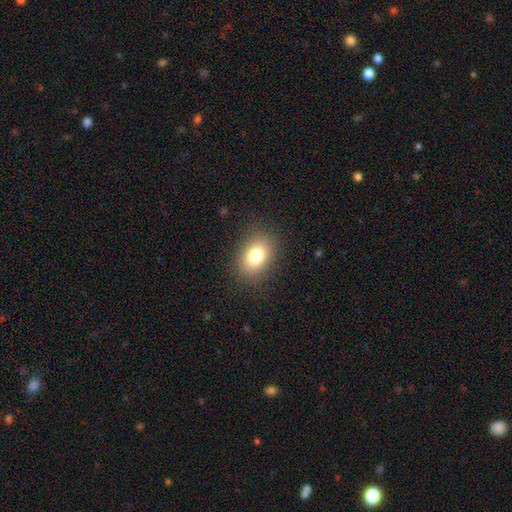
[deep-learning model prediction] smooth 79%, star or artifact 11%, featured or disk 10%. Down the decision tree: how rounded — in between (75%); merging — none (85%).